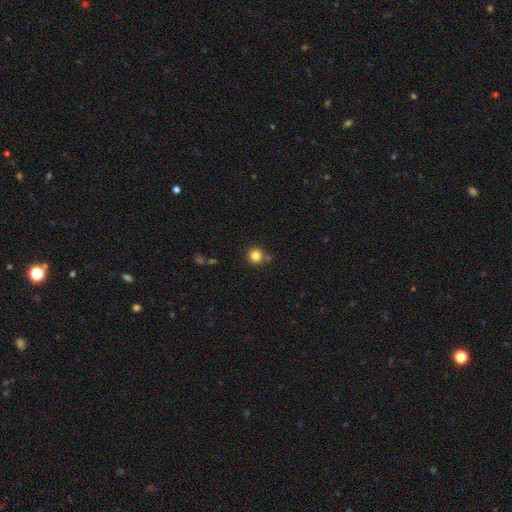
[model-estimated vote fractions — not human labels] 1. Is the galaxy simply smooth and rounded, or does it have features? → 83% smooth, 12% star or artifact, 5% featured or disk.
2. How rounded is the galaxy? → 94% round, 5% in between, 1% cigar-shaped.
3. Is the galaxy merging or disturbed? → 79% none, 10% minor disturbance, 8% merger, 3% major disturbance.